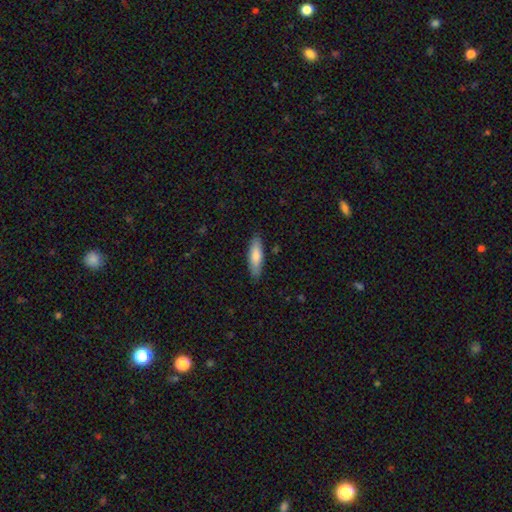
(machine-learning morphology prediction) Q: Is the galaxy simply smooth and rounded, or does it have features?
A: smooth — 74%.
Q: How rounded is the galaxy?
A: cigar-shaped — 60%.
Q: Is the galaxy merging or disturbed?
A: none — 87%.